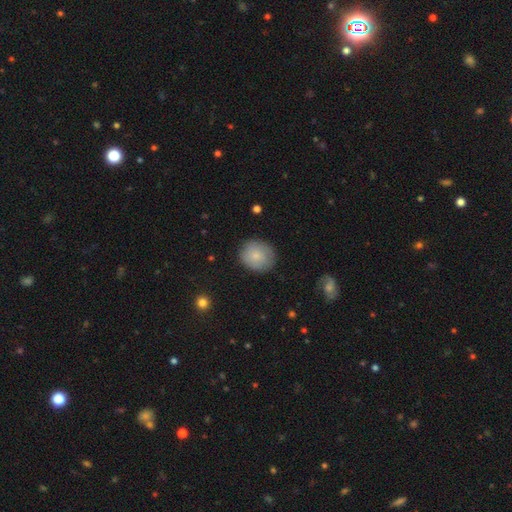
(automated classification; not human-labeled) A smooth galaxy with no disk features (82%) that is round (76%).

Vote fractions:
- Smooth or featured? smooth: 82% / featured or disk: 11% / star or artifact: 7%
- How rounded? round: 76% / in between: 23% / cigar-shaped: 1%
- Merging? none: 82% / minor disturbance: 14% / major disturbance: 3% / merger: 1%